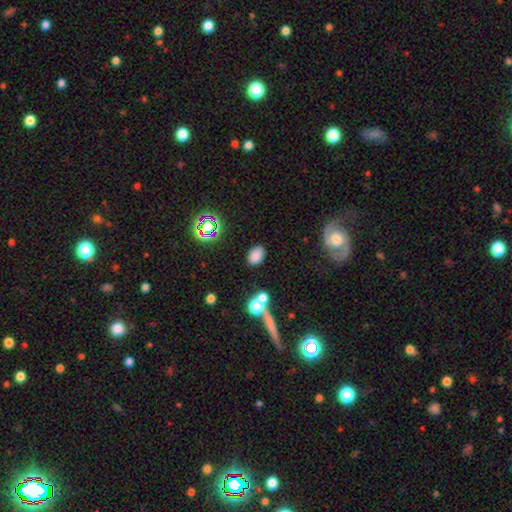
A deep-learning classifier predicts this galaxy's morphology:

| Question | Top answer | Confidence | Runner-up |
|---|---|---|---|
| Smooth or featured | smooth | 78% | star or artifact (15%) |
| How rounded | in between | 83% | round (15%) |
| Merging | none | 81% | minor disturbance (10%) |